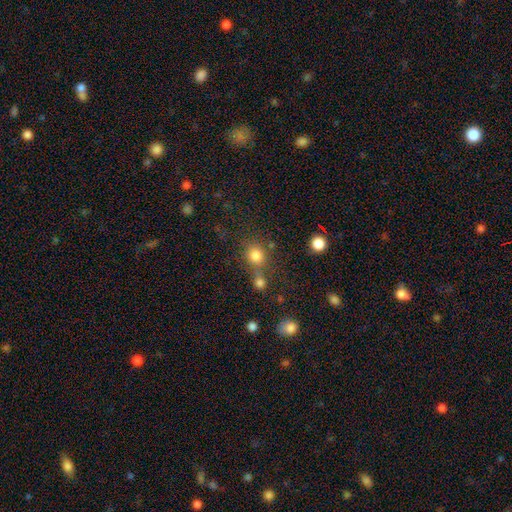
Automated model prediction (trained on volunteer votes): Overall: smooth (79%). How rounded: round (85%). Merging: none (54%; merger 32%).